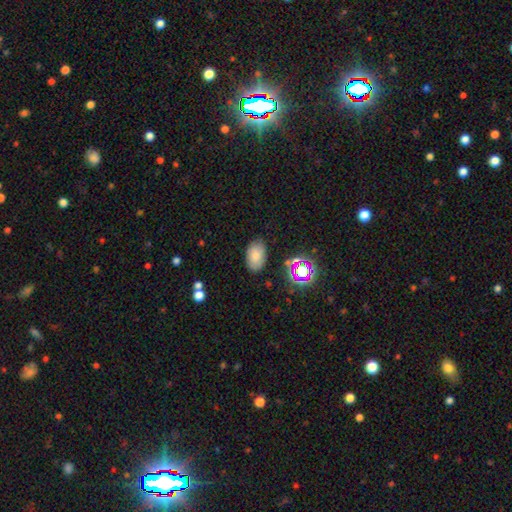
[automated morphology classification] A smooth galaxy with no disk features (78%) that is in between round and cigar-shaped (90%).

Vote fractions:
- Smooth or featured? smooth: 78% / star or artifact: 12% / featured or disk: 10%
- How rounded? in between: 90% / round: 9% / cigar-shaped: 1%
- Merging? none: 80% / minor disturbance: 14% / major disturbance: 4% / merger: 2%